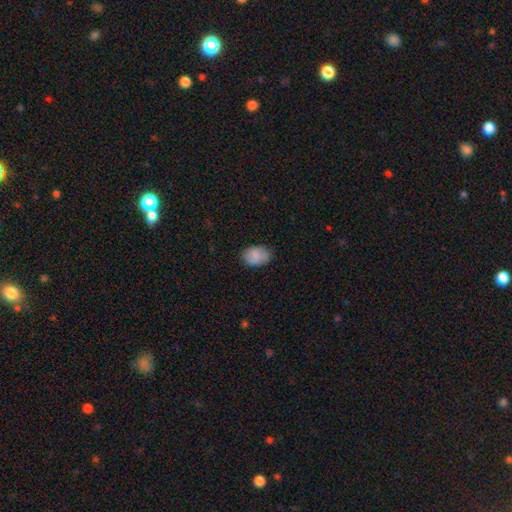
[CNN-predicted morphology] Smooth or featured?
  - smooth: 85% *
  - featured or disk: 8%
  - star or artifact: 7%
How rounded?
  - in between: 82% *
  - round: 17%
  - cigar-shaped: 1%
Merging?
  - none: 80% *
  - minor disturbance: 16%
  - major disturbance: 3%
  - merger: 1%